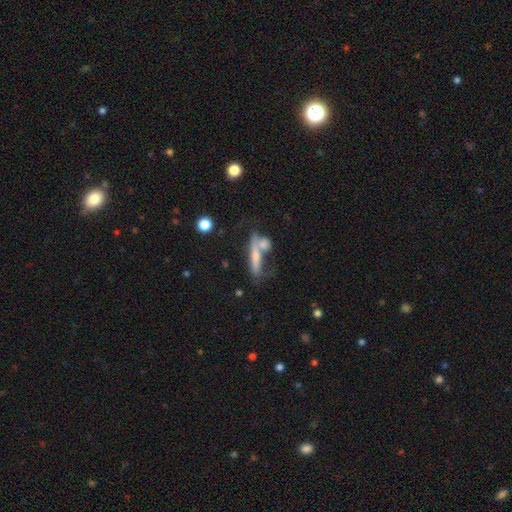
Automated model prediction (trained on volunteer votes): Smooth or featured? Predicted: smooth (p=0.52). How rounded? Predicted: cigar-shaped (p=0.77). Merging? Predicted: none (p=0.44).